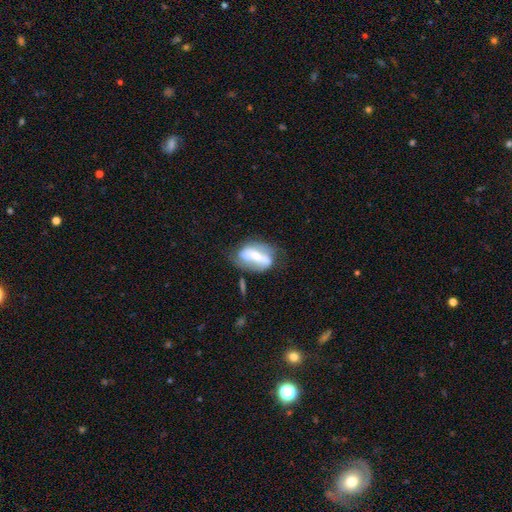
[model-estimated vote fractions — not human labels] Q: Smooth or featured?
A: featured or disk (61%); runner-up: smooth (32%)
Q: Edge-on disk?
A: no (88%); runner-up: yes (12%)
Q: Bar?
A: strong (64%); runner-up: weak (20%)
Q: Spiral arms?
A: yes (56%); runner-up: no (44%)
Q: Bulge size?
A: moderate (41%); tied with: small (41%)
Q: Merging?
A: none (51%); runner-up: minor disturbance (26%)